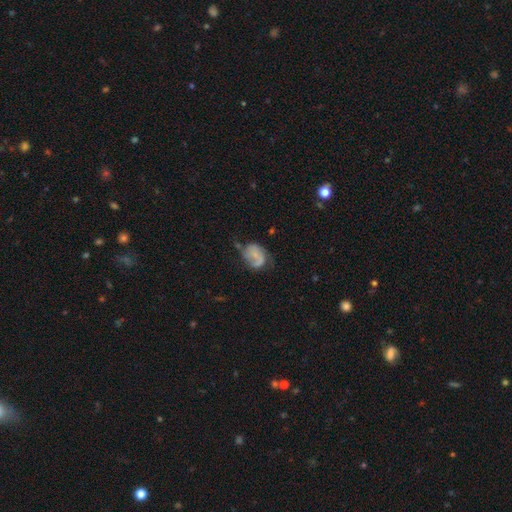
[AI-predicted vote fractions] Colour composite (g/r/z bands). It shows a featured or disk galaxy (50%). Merging: none (38%).